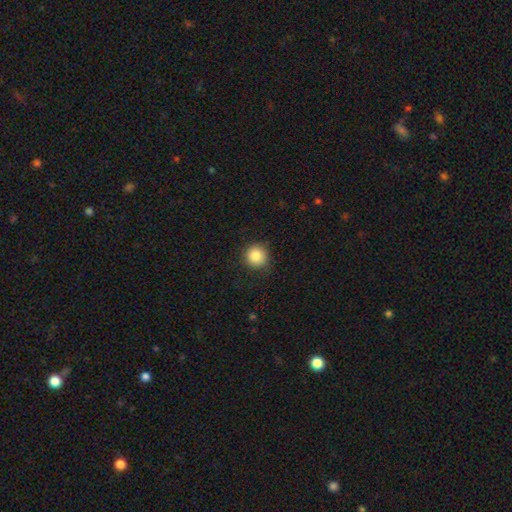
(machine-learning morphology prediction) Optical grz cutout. It shows a smooth galaxy with no disk features (86%) that is round (93%). Merging: none (86%).